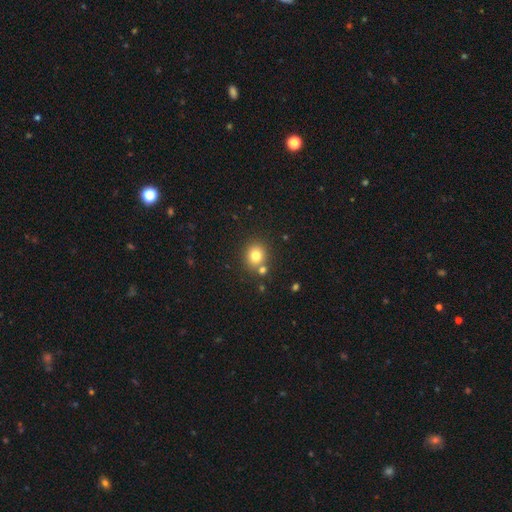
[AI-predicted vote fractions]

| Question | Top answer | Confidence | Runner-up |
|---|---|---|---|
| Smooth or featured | smooth | 79% | star or artifact (13%) |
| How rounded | round | 78% | in between (21%) |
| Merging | none | 73% | merger (15%) |